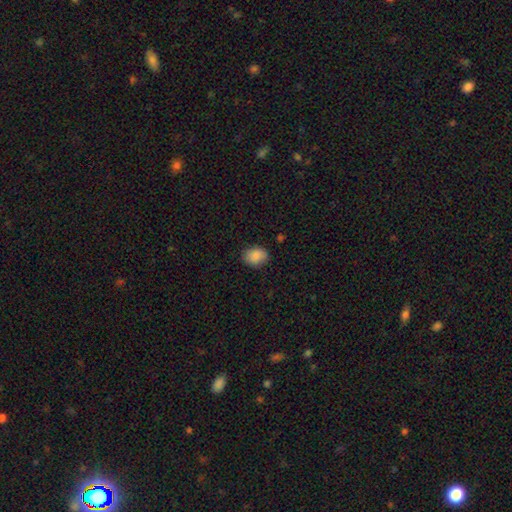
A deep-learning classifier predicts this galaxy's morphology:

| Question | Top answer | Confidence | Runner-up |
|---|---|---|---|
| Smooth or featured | smooth | 88% | star or artifact (8%) |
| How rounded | in between | 66% | round (33%) |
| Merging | none | 83% | minor disturbance (13%) |